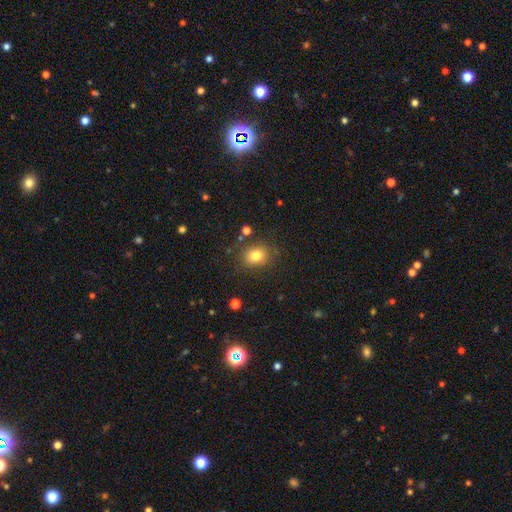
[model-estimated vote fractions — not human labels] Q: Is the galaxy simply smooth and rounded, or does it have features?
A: smooth — 79%.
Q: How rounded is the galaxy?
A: round — 52%.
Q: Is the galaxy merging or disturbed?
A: none — 80%.